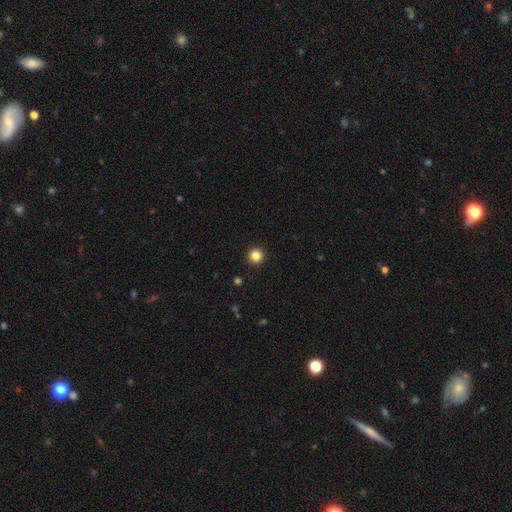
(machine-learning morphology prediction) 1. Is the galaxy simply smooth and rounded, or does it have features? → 85% smooth, 11% star or artifact, 4% featured or disk.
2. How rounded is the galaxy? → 96% round, 3% in between, 1% cigar-shaped.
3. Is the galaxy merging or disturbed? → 94% none, 4% minor disturbance, 1% major disturbance, 1% merger.